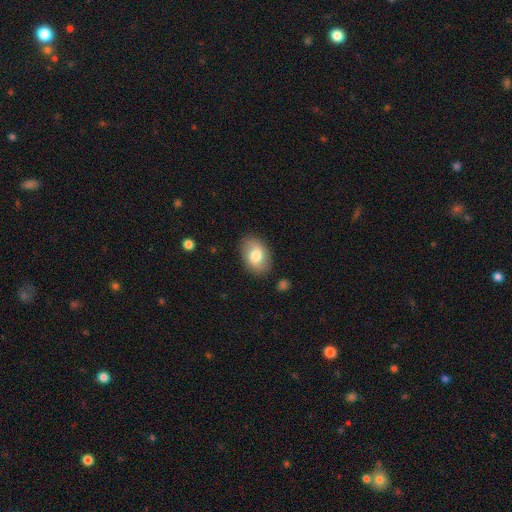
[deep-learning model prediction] The model was most divided on "smooth or featured": smooth: 76%, featured or disk: 17%, star or artifact: 7%. More confident: how rounded — in between (85%); merging — none (84%).